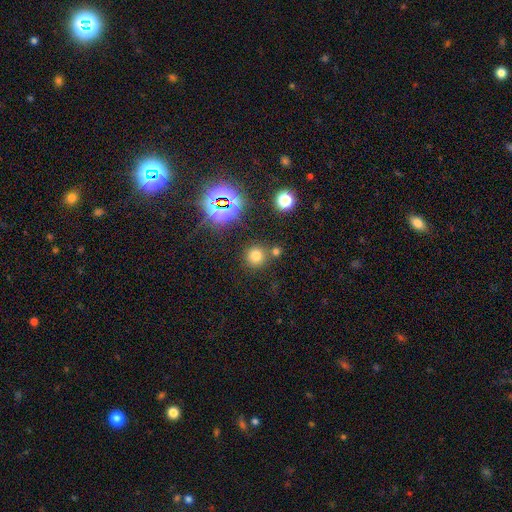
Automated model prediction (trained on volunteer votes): A smooth galaxy with no disk features (67%) that is round (92%). Merging: none (75%).